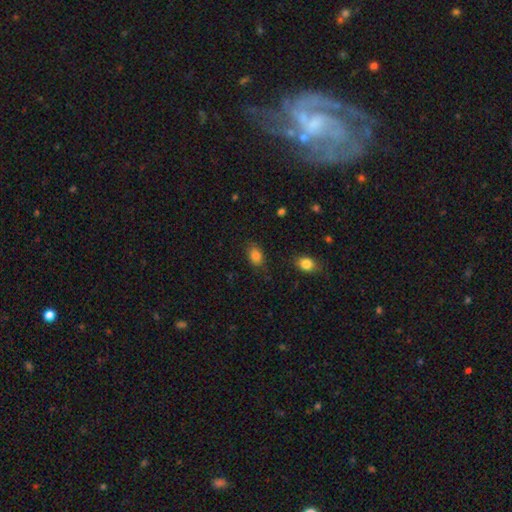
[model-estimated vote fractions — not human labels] Smooth or featured: smooth — 84% (star or artifact — 10%)
How rounded: in between — 78% (round — 21%)
Merging: none — 80% (minor disturbance — 15%)